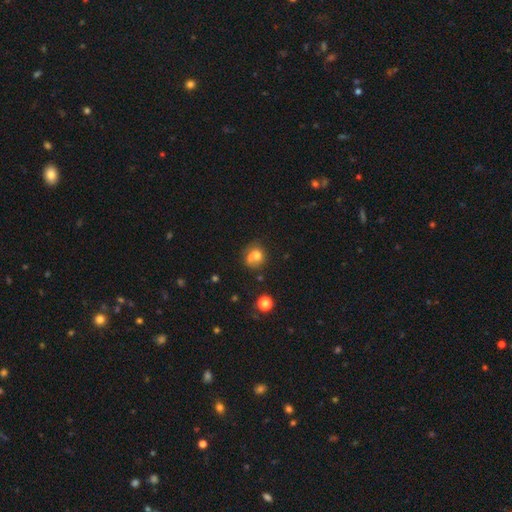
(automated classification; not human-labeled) Smooth or featured? Predicted: smooth (p=0.69). How rounded? Predicted: round (p=0.70). Merging? Predicted: none (p=0.39).